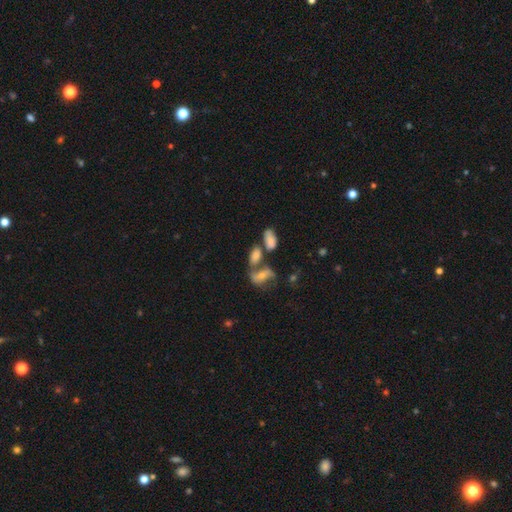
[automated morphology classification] Smooth or featured: smooth — 55% (featured or disk — 33%)
How rounded: in between — 83% (round — 9%)
Merging: merger — 45% (none — 33%)